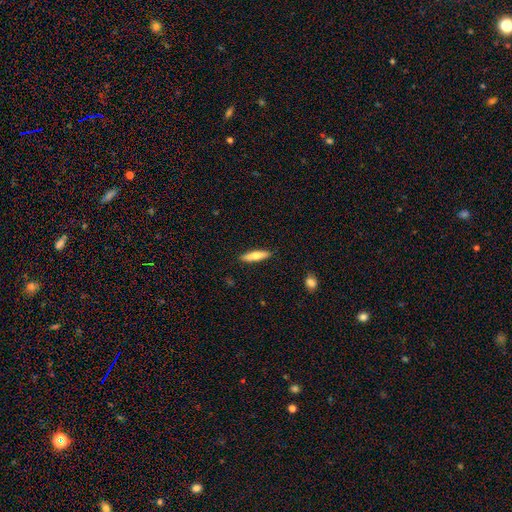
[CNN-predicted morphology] Smooth or featured? smooth (66%)
How rounded? cigar-shaped (73%)
Merging? none (89%)